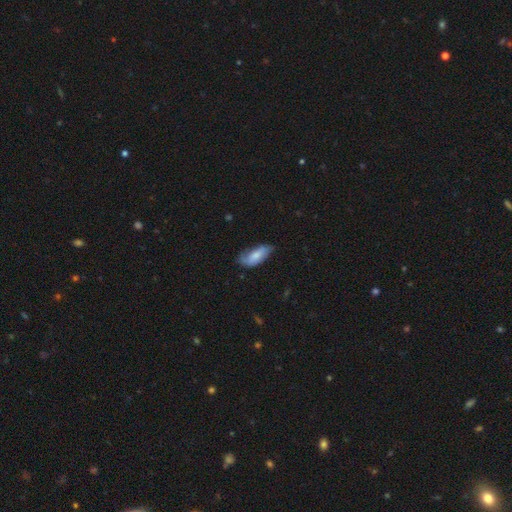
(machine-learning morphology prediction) A smooth galaxy with no disk features (67%) that is in between round and cigar-shaped (83%). Merging: none (45%).